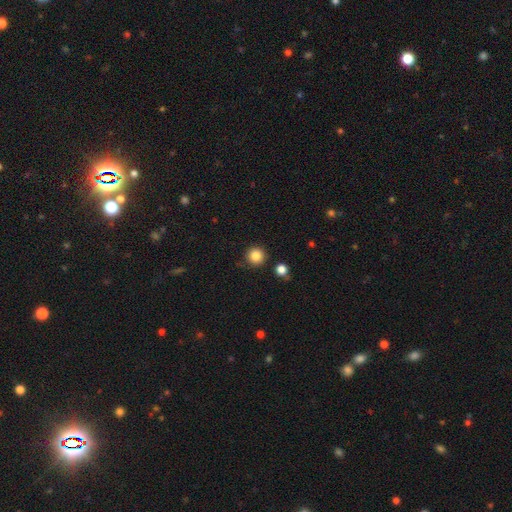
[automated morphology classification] Q: Smooth or featured?
A: smooth (86%); runner-up: star or artifact (10%)
Q: How rounded?
A: round (94%); runner-up: in between (5%)
Q: Merging?
A: none (87%); runner-up: minor disturbance (7%)